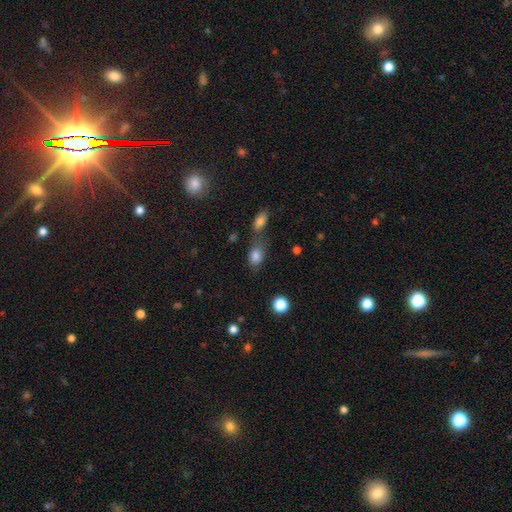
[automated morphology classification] This appears to be a smooth galaxy with no disk features (82%) that is in between round and cigar-shaped (77%). Merging: none (49%).